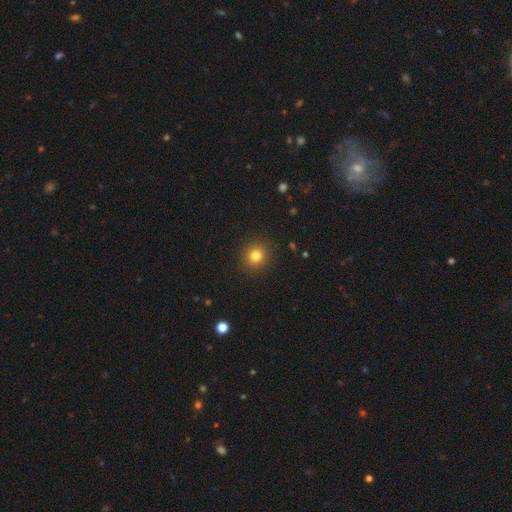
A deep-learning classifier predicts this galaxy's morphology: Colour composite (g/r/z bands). It shows a smooth galaxy with no disk features (81%) that is round (89%). Merging: none (91%).